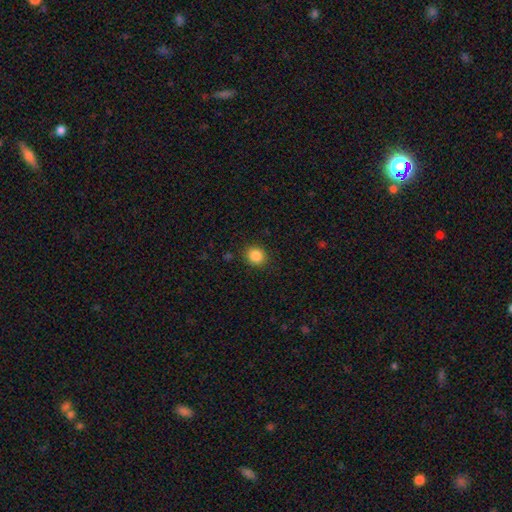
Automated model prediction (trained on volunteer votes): A smooth galaxy with no disk features (86%) that is round (82%).

Vote fractions:
- Smooth or featured? smooth: 86% / star or artifact: 10% / featured or disk: 4%
- How rounded? round: 82% / in between: 18% / cigar-shaped: 1%
- Merging? none: 89% / minor disturbance: 7% / major disturbance: 2% / merger: 1%